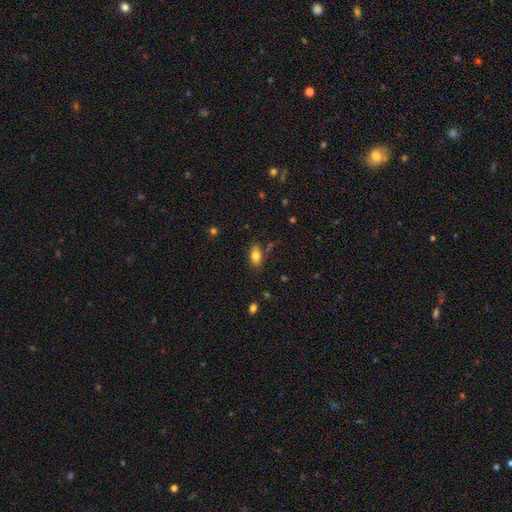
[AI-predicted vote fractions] The model was most divided on "merging": none: 76%, minor disturbance: 16%, merger: 4%, major disturbance: 4%. More confident: how rounded — in between (87%); smooth or featured — smooth (80%).